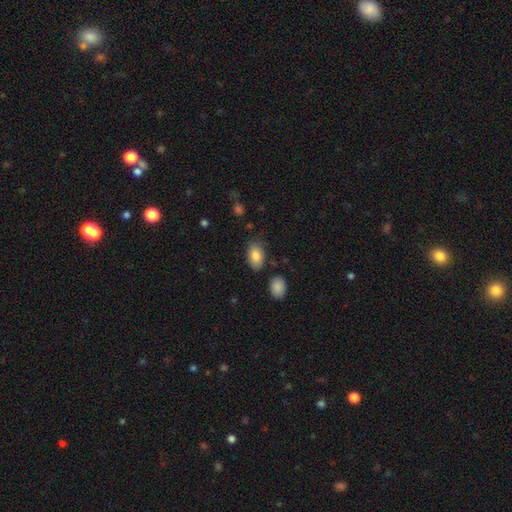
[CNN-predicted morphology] Smooth or featured: smooth — 85% (featured or disk — 8%)
How rounded: in between — 92% (round — 7%)
Merging: none — 73% (minor disturbance — 19%)